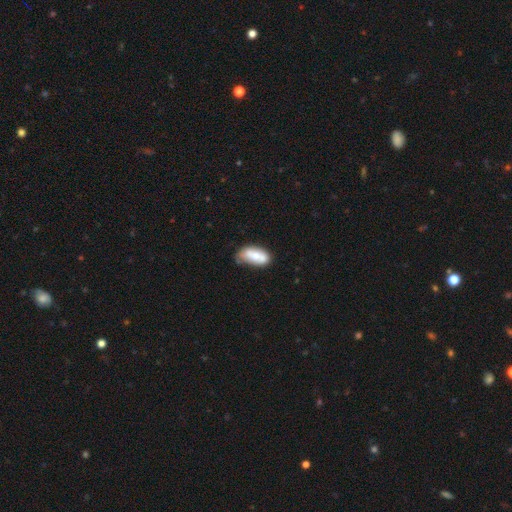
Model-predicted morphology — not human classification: Overall: smooth (55%; featured or disk 38%). How rounded: in between (89%). Merging: none (36%; minor disturbance 27%).